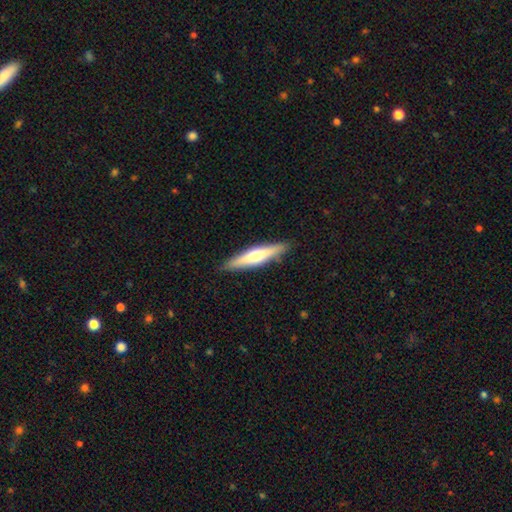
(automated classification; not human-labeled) The model was most divided on "smooth or featured": featured or disk: 49%, smooth: 46%, star or artifact: 5%. More confident: merging — none (89%).